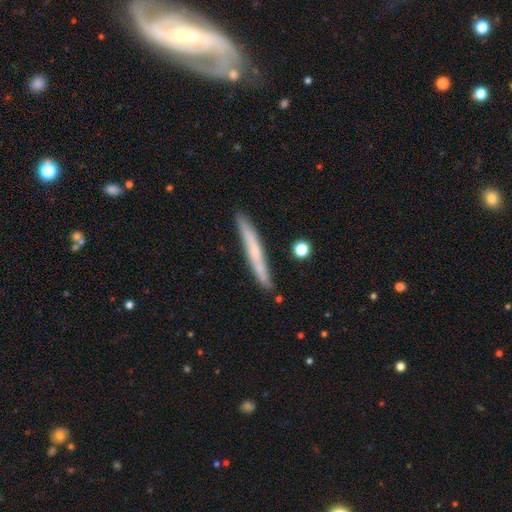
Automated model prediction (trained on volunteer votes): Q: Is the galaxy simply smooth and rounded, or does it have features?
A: smooth — 48%.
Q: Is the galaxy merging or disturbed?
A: none — 86%.